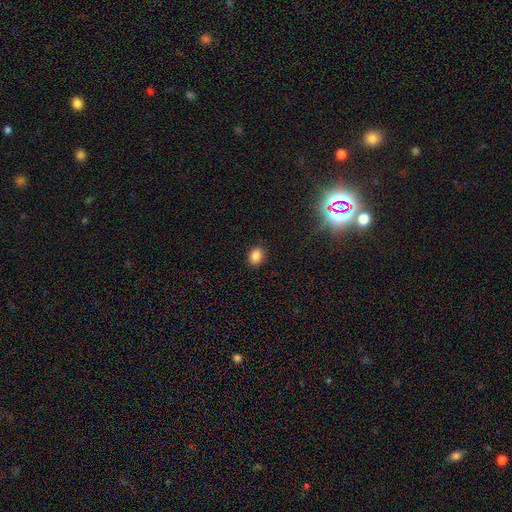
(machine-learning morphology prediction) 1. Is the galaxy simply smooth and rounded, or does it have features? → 86% smooth, 11% star or artifact, 4% featured or disk.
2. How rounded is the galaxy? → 63% in between, 36% round, 1% cigar-shaped.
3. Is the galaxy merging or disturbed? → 88% none, 8% minor disturbance, 2% major disturbance, 1% merger.